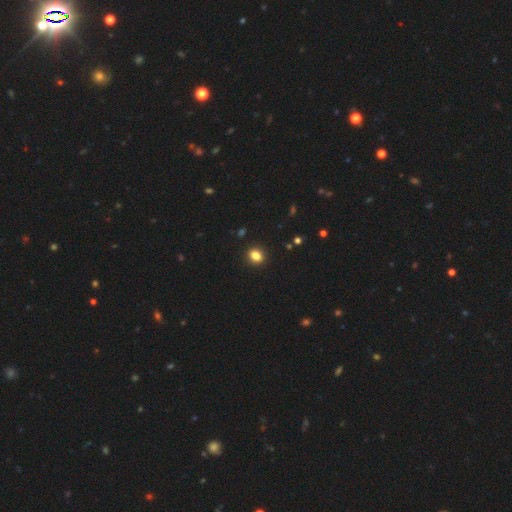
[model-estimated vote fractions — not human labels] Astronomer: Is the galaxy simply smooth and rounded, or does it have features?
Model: smooth — 85%.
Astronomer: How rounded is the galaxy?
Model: in between — 51% (runner-up: round, 48%).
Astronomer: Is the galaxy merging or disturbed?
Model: none — 90%.